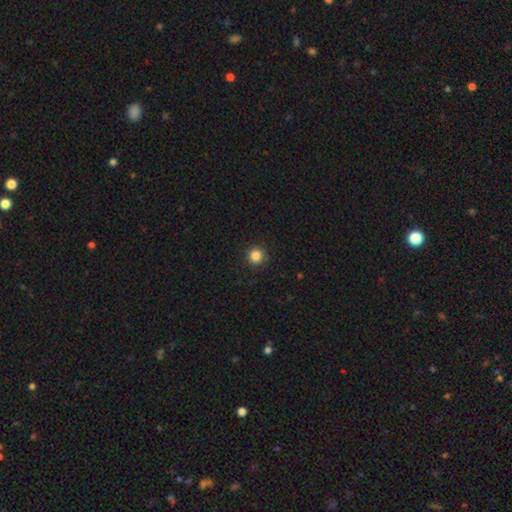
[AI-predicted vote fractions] This is clearly a smooth galaxy (84%). How rounded: clearly round (95%). Merging: clearly none (92%).